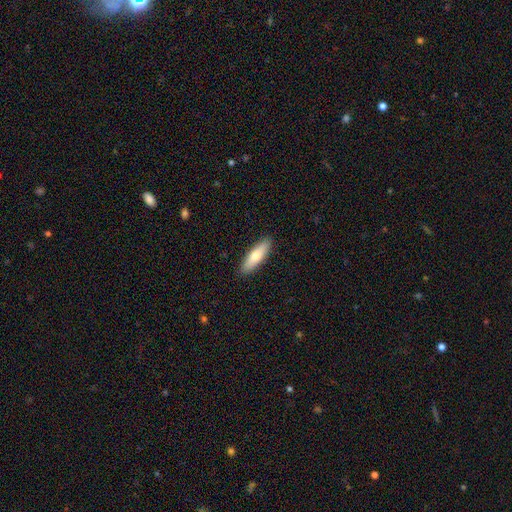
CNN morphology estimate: This is likely a smooth galaxy (69%). How rounded: possibly cigar-shaped (54%). Merging: clearly none (90%).